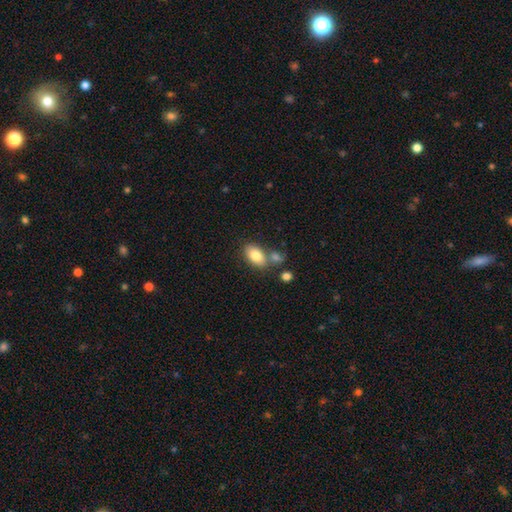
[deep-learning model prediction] This appears to be a smooth galaxy with no disk features (82%) that is in between round and cigar-shaped (90%). Merging: none (61%).